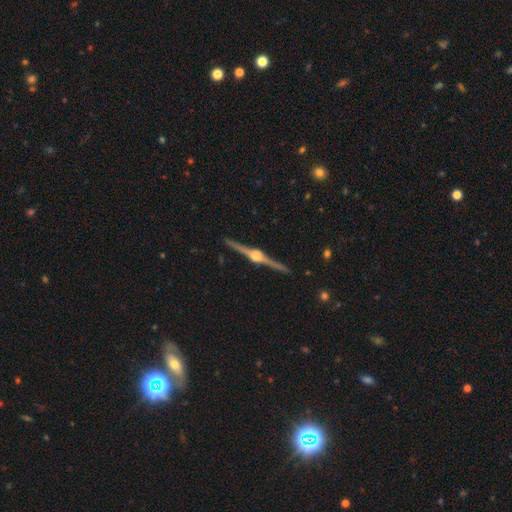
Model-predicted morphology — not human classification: This appears to be a featured or disk galaxy (91%) viewed edge-on (99%) with a rounded central bulge (94%). Merging: none (92%).